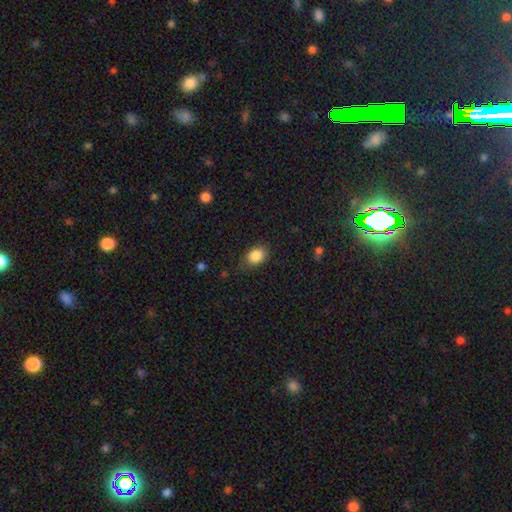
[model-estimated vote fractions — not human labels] Smooth or featured: smooth — 86% (star or artifact — 8%)
How rounded: in between — 74% (round — 25%)
Merging: none — 72% (minor disturbance — 21%)